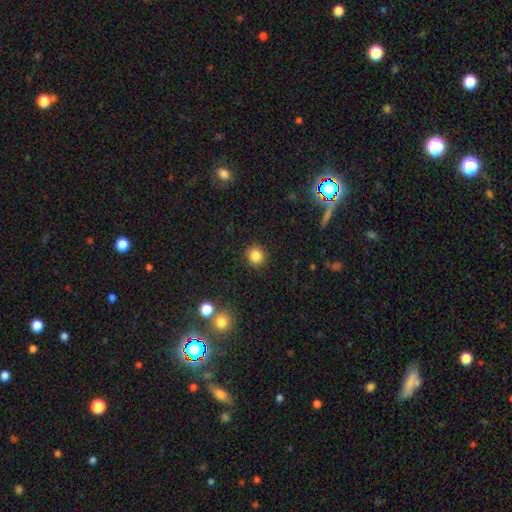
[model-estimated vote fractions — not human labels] Morphology: type=smooth (85%); roundness=round (90%); merging=none (90%).